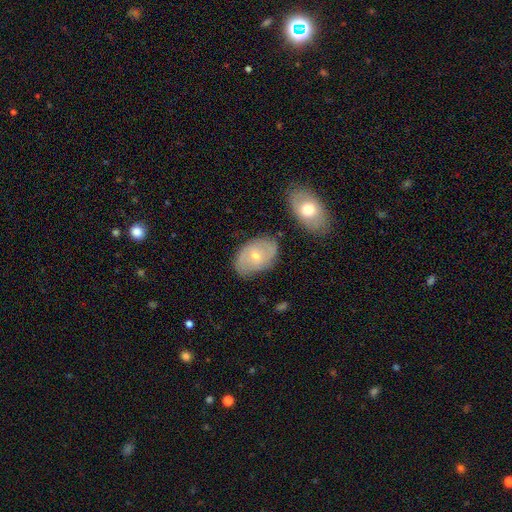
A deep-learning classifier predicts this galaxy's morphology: smooth_or_featured: featured or disk (p=0.50) [alt: smooth p=0.44]
merging: none (p=0.69) [alt: minor disturbance p=0.20]